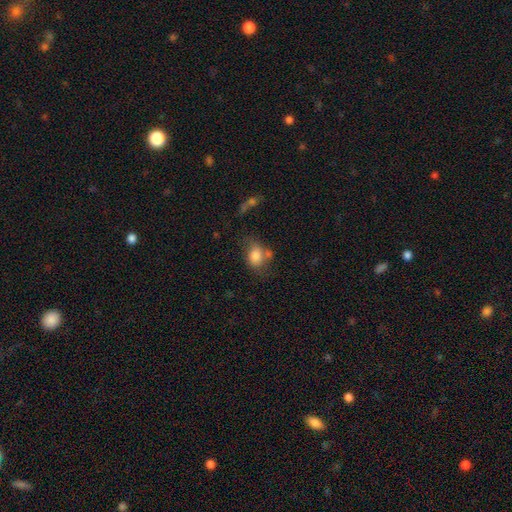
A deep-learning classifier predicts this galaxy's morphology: A smooth galaxy with no disk features (76%) that is in between round and cigar-shaped (65%).

Vote fractions:
- Smooth or featured? smooth: 76% / featured or disk: 14% / star or artifact: 9%
- How rounded? in between: 65% / round: 34% / cigar-shaped: 1%
- Merging? none: 44% / minor disturbance: 25% / merger: 18% / major disturbance: 13%